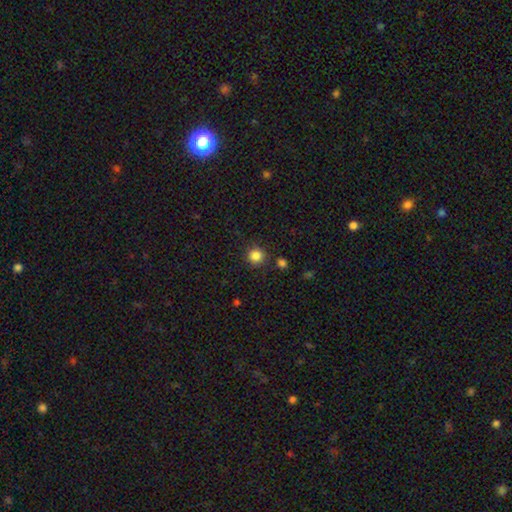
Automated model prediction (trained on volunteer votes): The model was most divided on "smooth or featured": smooth: 84%, star or artifact: 12%, featured or disk: 4%. More confident: how rounded — round (94%); merging — none (87%).